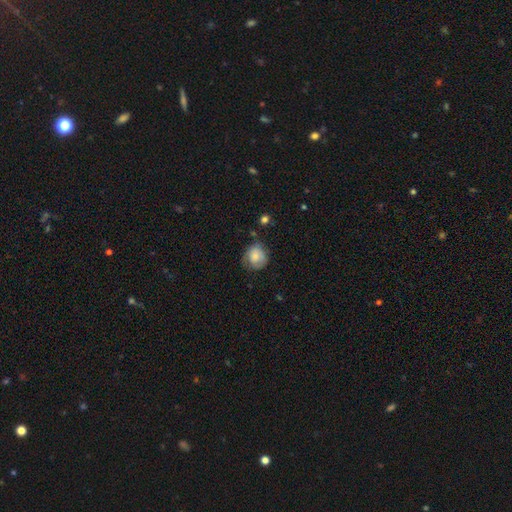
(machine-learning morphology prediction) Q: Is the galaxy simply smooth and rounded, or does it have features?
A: smooth — 74%.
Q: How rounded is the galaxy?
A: round — 79%.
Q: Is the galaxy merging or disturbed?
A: none — 57%.